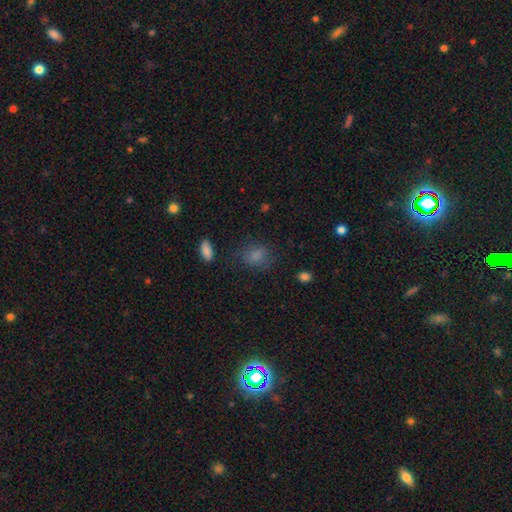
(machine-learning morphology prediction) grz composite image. It shows a smooth galaxy with no disk features (79%) that is in between round and cigar-shaped (57%). Merging: none (67%).